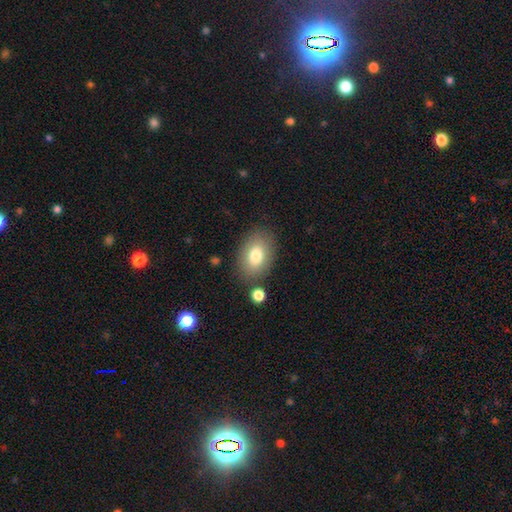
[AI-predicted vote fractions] smooth-or-featured: smooth: 79% | featured or disk: 13% | star or artifact: 8%
  how-rounded: in between: 85% | round: 14% | cigar-shaped: 1%
  merging: none: 79% | minor disturbance: 12% | merger: 5% | major disturbance: 4%